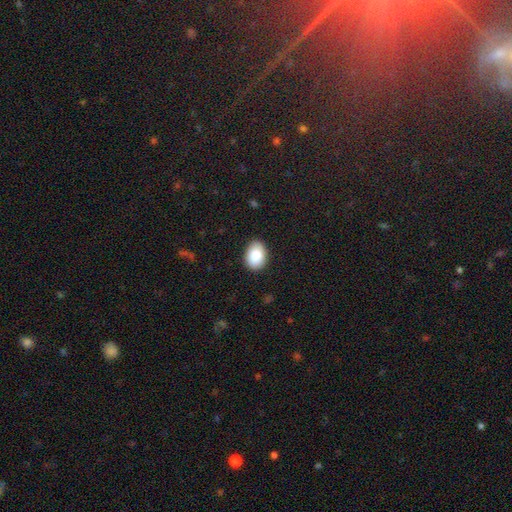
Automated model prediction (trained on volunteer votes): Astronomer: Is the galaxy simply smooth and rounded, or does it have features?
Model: smooth — 87%.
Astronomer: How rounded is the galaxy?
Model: in between — 75%.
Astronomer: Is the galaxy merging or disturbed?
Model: none — 86%.